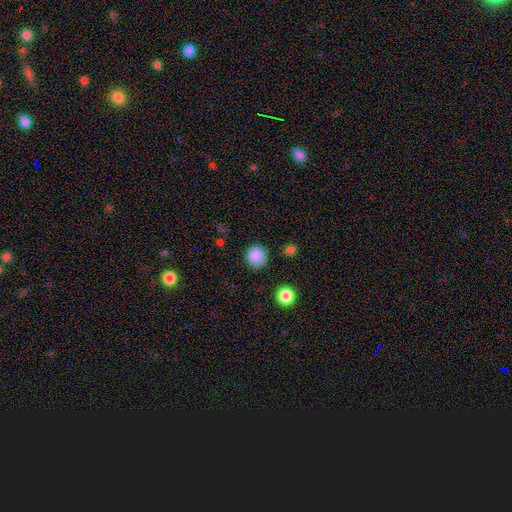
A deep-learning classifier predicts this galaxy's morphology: smooth_or_featured: smooth (p=0.87) [alt: star or artifact p=0.10]
how_rounded: round (p=0.92) [alt: in between p=0.07]
merging: none (p=0.84) [alt: minor disturbance p=0.11]